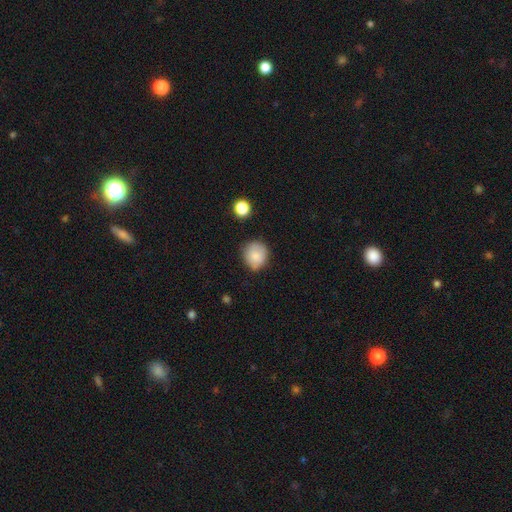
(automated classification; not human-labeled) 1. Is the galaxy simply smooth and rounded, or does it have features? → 83% smooth, 8% featured or disk, 8% star or artifact.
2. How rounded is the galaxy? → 80% round, 19% in between, 1% cigar-shaped.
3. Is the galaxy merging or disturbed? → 74% none, 20% minor disturbance, 4% major disturbance, 2% merger.